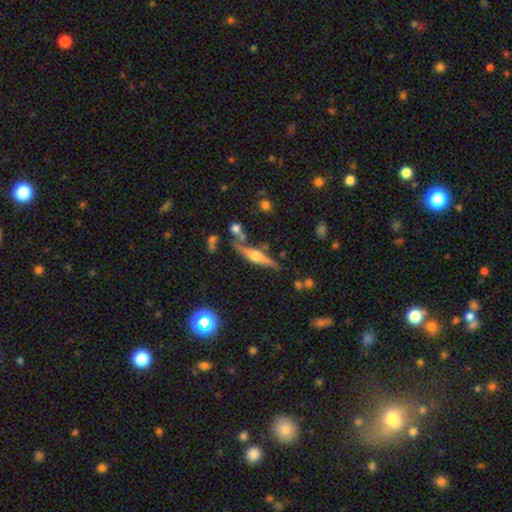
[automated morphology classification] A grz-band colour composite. It shows a featured or disk galaxy (74%) viewed edge-on (95%) with a rounded central bulge (91%). Merging: none (70%).